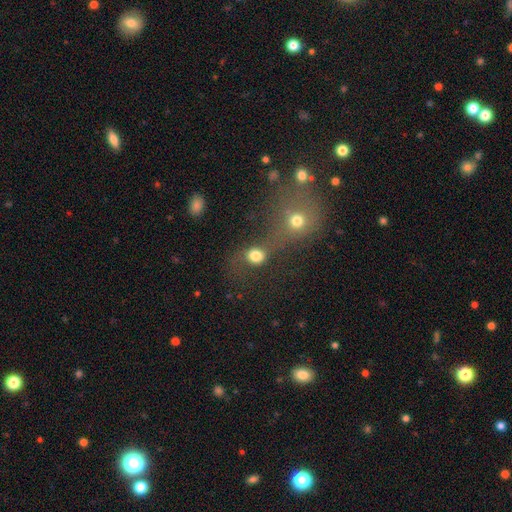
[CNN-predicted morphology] This appears to be a smooth galaxy with no disk features (74%) that is round (69%). Merging: merger (44%).